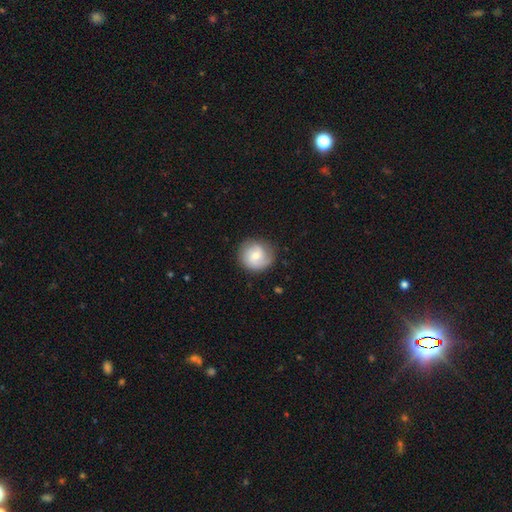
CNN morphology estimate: smooth-or-featured: featured or disk: 48% | smooth: 45% | star or artifact: 7%
  merging: none: 80% | minor disturbance: 15% | major disturbance: 4% | merger: 1%